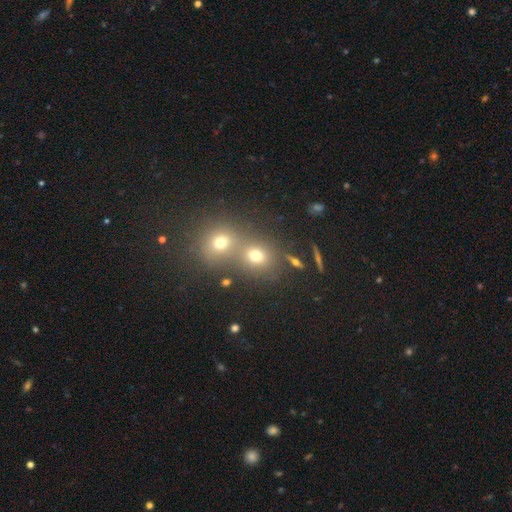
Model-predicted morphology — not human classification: This is likely a smooth galaxy (69%). How rounded: likely round (75%). Merging: possibly none (49%).